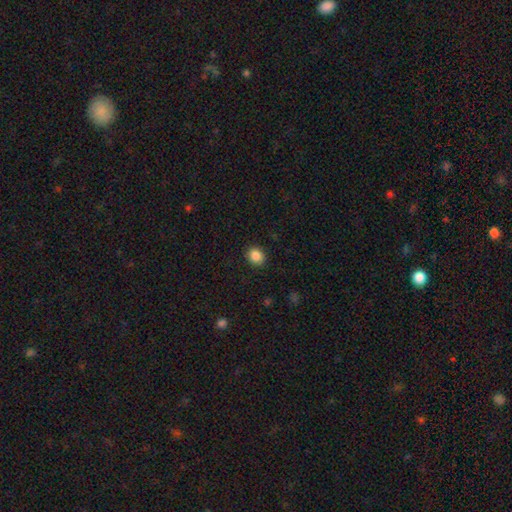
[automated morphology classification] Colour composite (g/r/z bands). It shows a smooth galaxy with no disk features (87%) that is round (74%). Merging: none (91%).